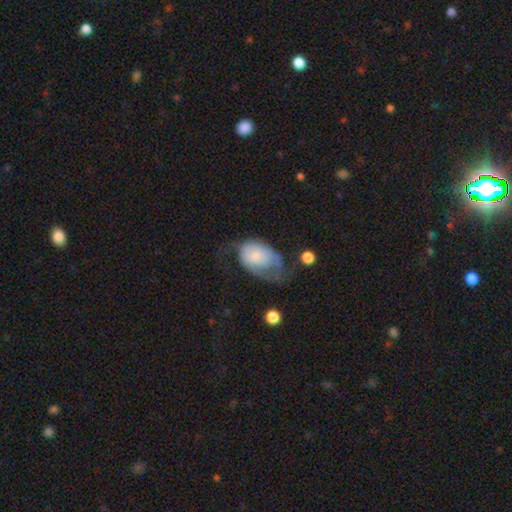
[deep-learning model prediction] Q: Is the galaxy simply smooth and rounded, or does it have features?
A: smooth — 59%.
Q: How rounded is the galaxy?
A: in between — 81%.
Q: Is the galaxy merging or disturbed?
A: major disturbance — 47%.